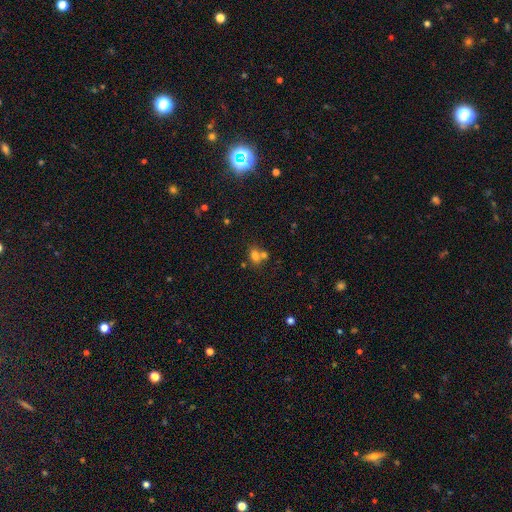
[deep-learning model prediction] Smooth or featured? smooth (72%)
How rounded? in between (61%)
Merging? merger (44%)